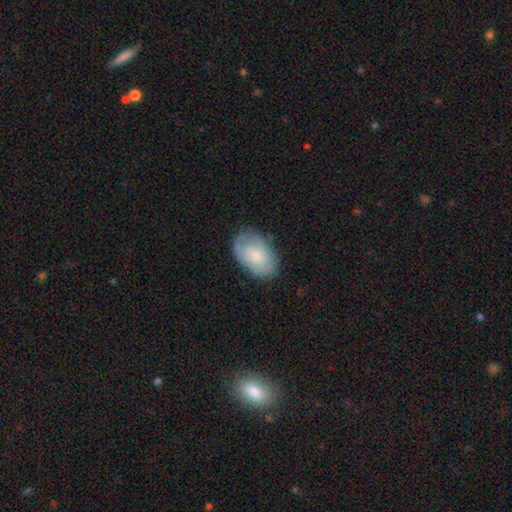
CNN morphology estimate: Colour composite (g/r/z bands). It shows a smooth galaxy with no disk features (60%) that is in between round and cigar-shaped (90%). Merging: none (72%).